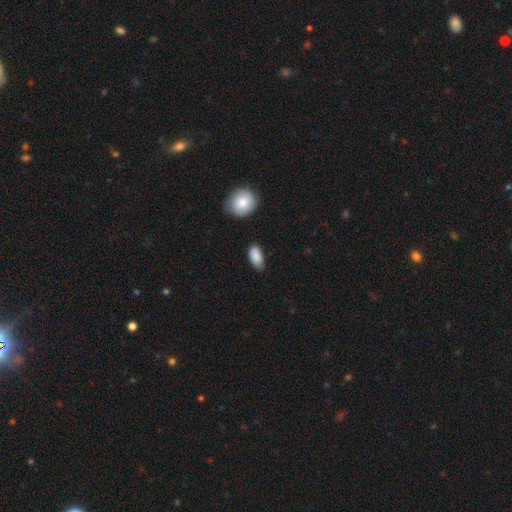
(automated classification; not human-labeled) The model was most divided on "merging": none: 69%, minor disturbance: 25%, major disturbance: 4%, merger: 3%. More confident: how rounded — in between (93%); smooth or featured — smooth (89%).